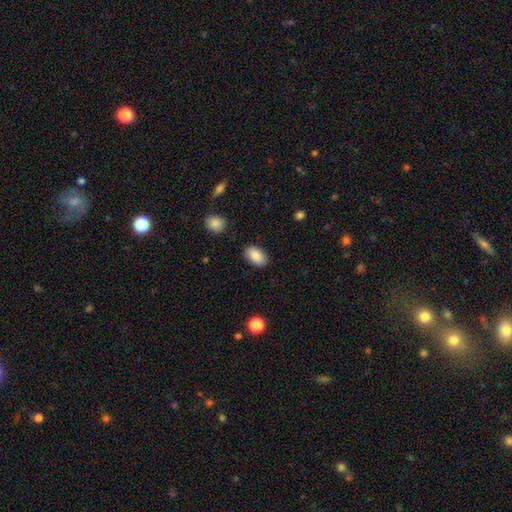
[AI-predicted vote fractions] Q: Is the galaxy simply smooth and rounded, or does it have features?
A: smooth — 86%.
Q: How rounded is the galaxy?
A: in between — 91%.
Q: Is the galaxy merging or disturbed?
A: none — 85%.